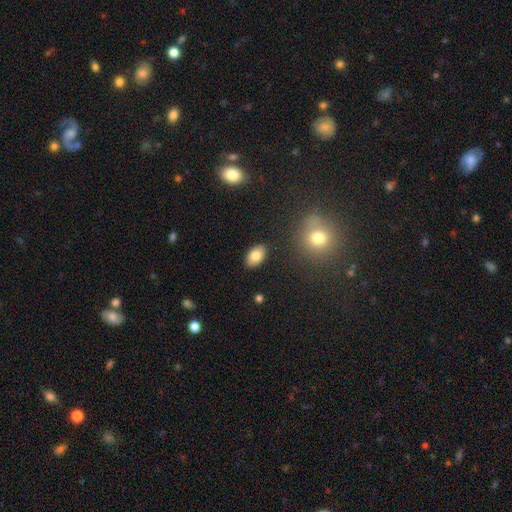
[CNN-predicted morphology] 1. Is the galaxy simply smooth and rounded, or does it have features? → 82% smooth, 10% featured or disk, 8% star or artifact.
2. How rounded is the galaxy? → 89% in between, 9% round, 1% cigar-shaped.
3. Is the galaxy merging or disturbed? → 87% none, 9% minor disturbance, 2% major disturbance, 2% merger.